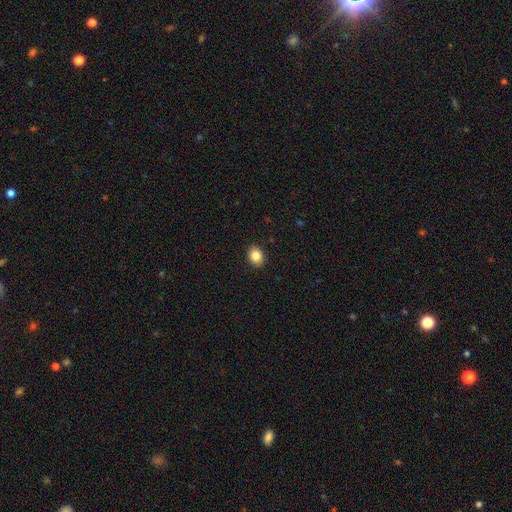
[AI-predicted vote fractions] smooth-or-featured: smooth: 85% | star or artifact: 9% | featured or disk: 6%
  how-rounded: in between: 66% | round: 33% | cigar-shaped: 1%
  merging: none: 90% | minor disturbance: 7% | major disturbance: 2% | merger: 1%